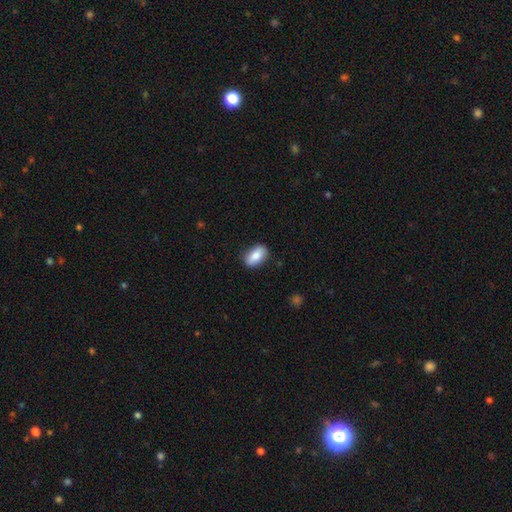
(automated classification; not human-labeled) This appears to be a smooth galaxy with no disk features (84%) that is in between round and cigar-shaped (90%). Merging: none (84%).